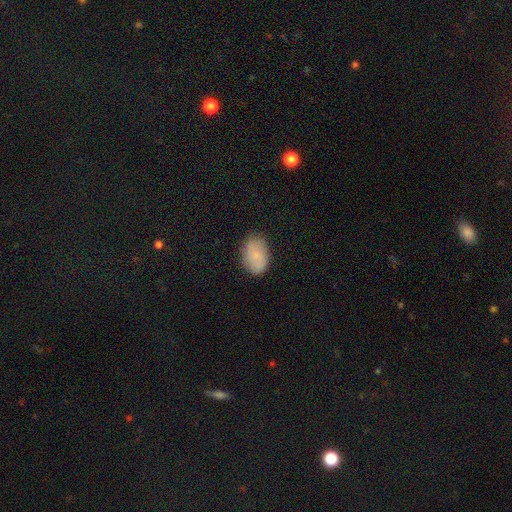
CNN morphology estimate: Smooth or featured: smooth — 76% (featured or disk — 17%)
How rounded: in between — 86% (round — 12%)
Merging: none — 81% (minor disturbance — 15%)